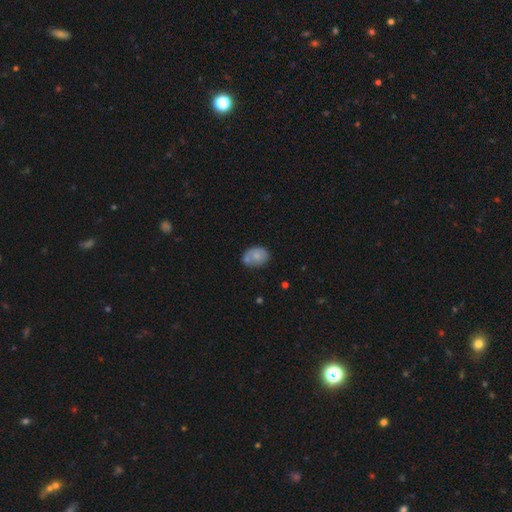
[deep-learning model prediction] This appears to be a smooth galaxy with no disk features (74%) that is in between round and cigar-shaped (72%). Merging: none (51%).